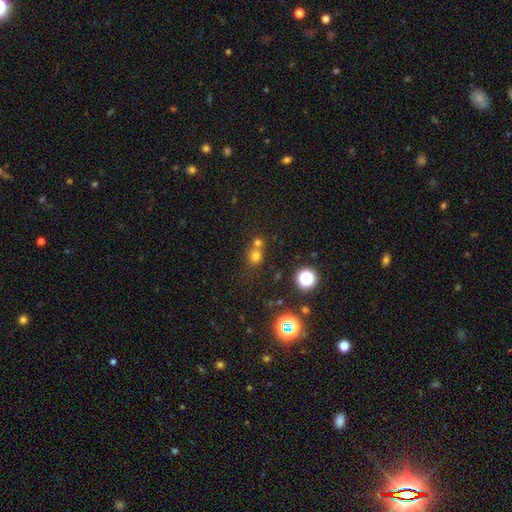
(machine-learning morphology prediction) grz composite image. It shows a smooth galaxy with no disk features (70%) that is round (79%). Merging: none (52%).